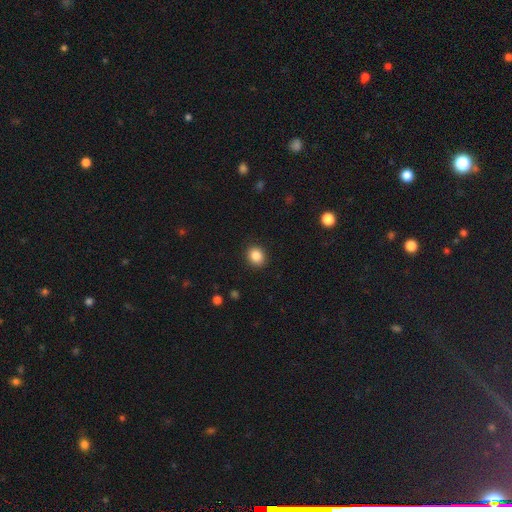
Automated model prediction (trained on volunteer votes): smooth-or-featured: smooth: 87% | star or artifact: 9% | featured or disk: 4%
  how-rounded: round: 66% | in between: 33% | cigar-shaped: 1%
  merging: none: 90% | minor disturbance: 7% | major disturbance: 2% | merger: 1%